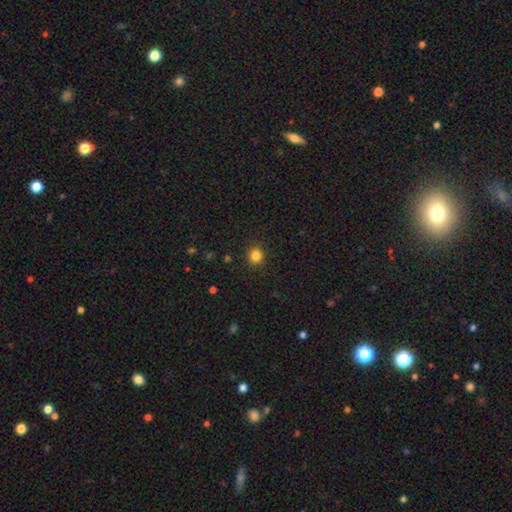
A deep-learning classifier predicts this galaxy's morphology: Smooth or featured: smooth — 84% (star or artifact — 12%)
How rounded: round — 92% (in between — 7%)
Merging: none — 92% (minor disturbance — 5%)